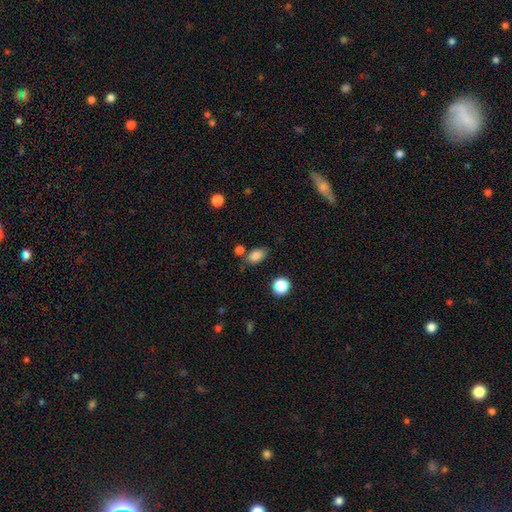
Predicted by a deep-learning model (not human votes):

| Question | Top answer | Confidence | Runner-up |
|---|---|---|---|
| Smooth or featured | smooth | 84% | star or artifact (10%) |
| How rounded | in between | 82% | round (17%) |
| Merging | none | 71% | minor disturbance (16%) |